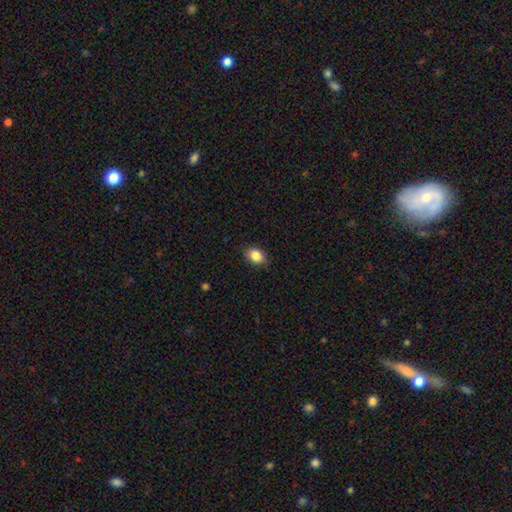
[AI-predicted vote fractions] smooth 87%, star or artifact 8%, featured or disk 5%. Down the decision tree: how rounded — in between (77%); merging — none (86%).